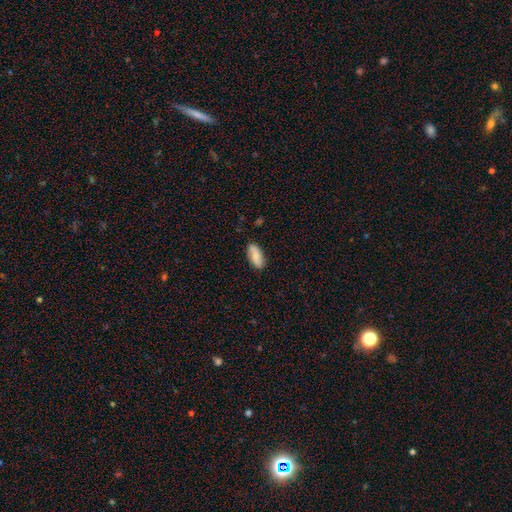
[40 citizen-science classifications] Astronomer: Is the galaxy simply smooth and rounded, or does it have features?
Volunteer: smooth — 75%.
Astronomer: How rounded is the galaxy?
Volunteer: in between — 77%.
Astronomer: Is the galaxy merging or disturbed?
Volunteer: none — 86%.